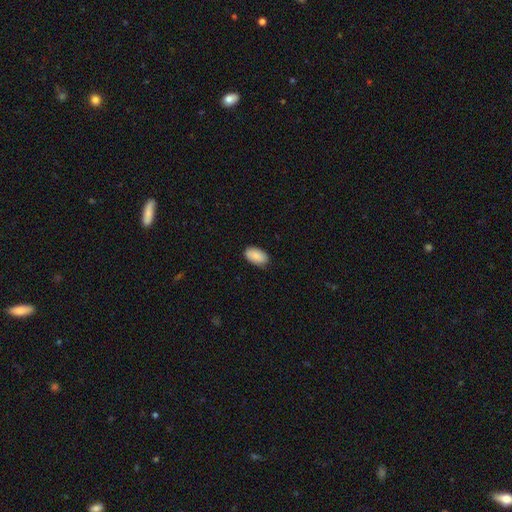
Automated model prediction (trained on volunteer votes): A smooth galaxy with no disk features (88%) that is in between round and cigar-shaped (95%).

Vote fractions:
- Smooth or featured? smooth: 88% / star or artifact: 6% / featured or disk: 6%
- How rounded? in between: 95% / round: 4% / cigar-shaped: 2%
- Merging? none: 86% / minor disturbance: 11% / major disturbance: 2% / merger: 1%